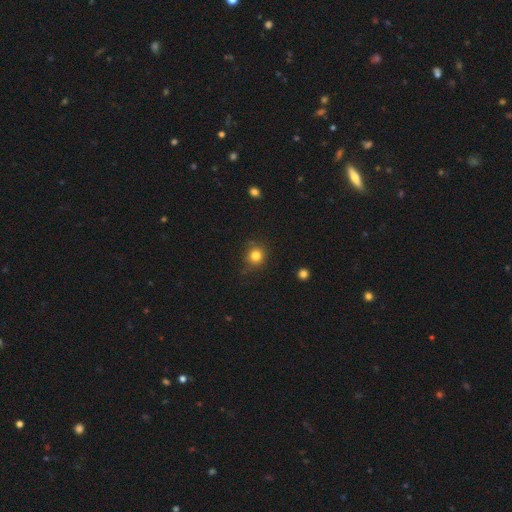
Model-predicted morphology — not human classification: Overall: smooth (81%). How rounded: round (89%). Merging: none (79%).